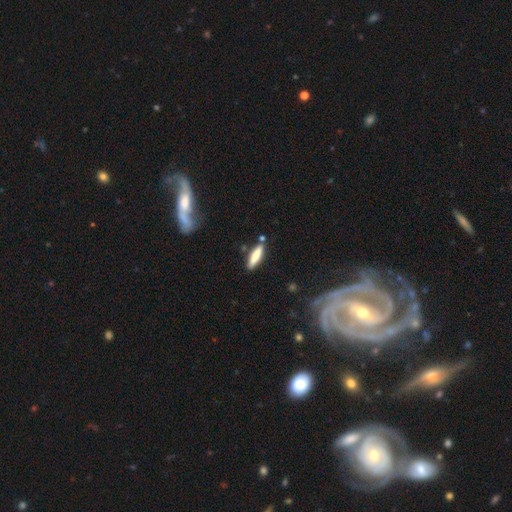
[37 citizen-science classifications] This is likely a smooth galaxy (68%). How rounded: likely cigar-shaped (72%). Merging: likely none (78%).